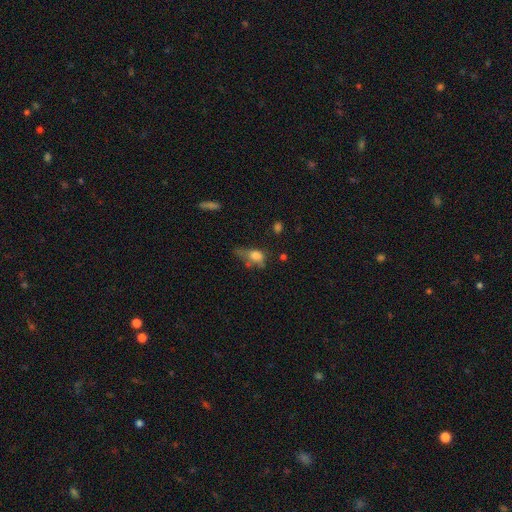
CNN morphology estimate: Smooth or featured: smooth — 70% (featured or disk — 19%)
How rounded: in between — 71% (round — 23%)
Merging: major disturbance — 36% (minor disturbance — 30%)